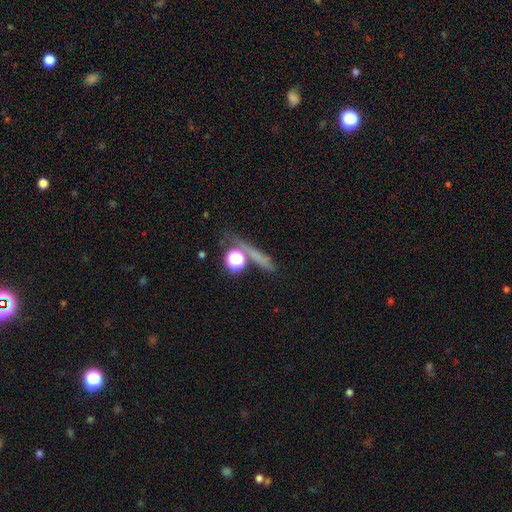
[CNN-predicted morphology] Q: Smooth or featured?
A: smooth (50%); runner-up: star or artifact (31%)
Q: How rounded?
A: round (41%); runner-up: cigar-shaped (40%)
Q: Merging?
A: none (67%); runner-up: merger (12%)